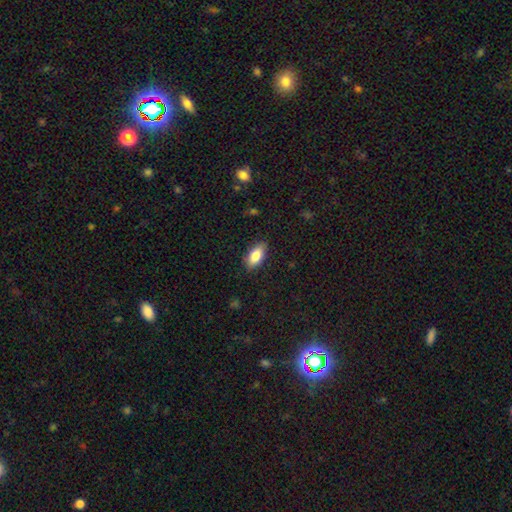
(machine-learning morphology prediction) smooth 81%, featured or disk 12%, star or artifact 7%. Down the decision tree: how rounded — in between (88%); merging — none (86%).